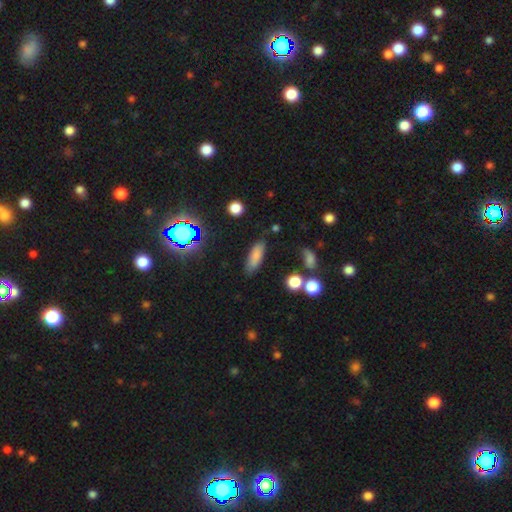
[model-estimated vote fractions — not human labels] Smooth or featured? Predicted: smooth (p=0.79). How rounded? Predicted: in between (p=0.54). Merging? Predicted: none (p=0.79).